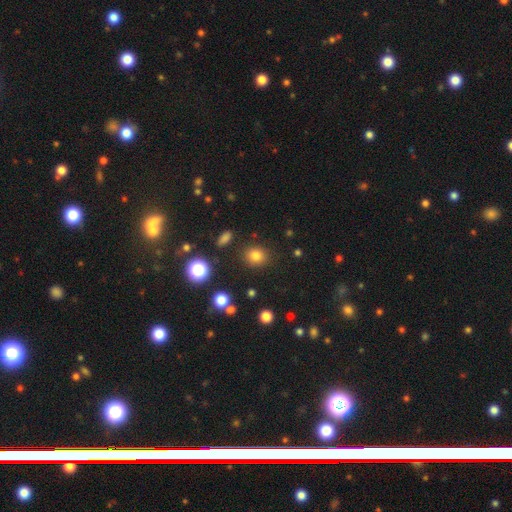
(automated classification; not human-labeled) Overall: smooth (80%). How rounded: round (78%). Merging: none (86%).